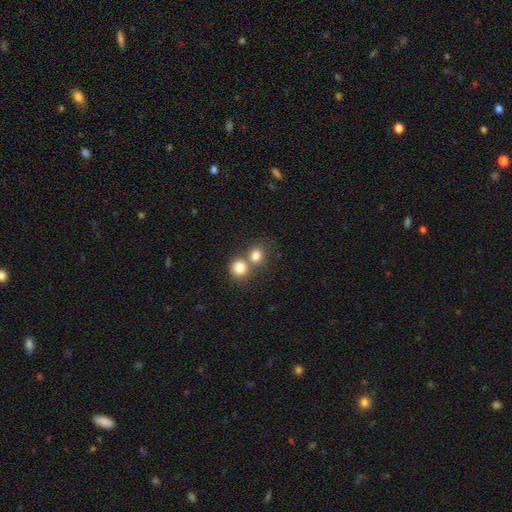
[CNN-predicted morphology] Smooth or featured? Predicted: smooth (p=0.80). How rounded? Predicted: round (p=0.79). Merging? Predicted: merger (p=0.47).